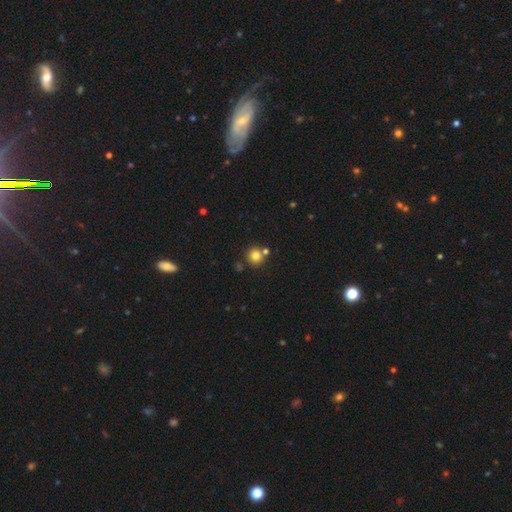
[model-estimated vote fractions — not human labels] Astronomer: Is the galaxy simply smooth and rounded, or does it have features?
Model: smooth — 80%.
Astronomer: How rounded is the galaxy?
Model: round — 92%.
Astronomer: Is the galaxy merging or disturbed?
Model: none — 74%.